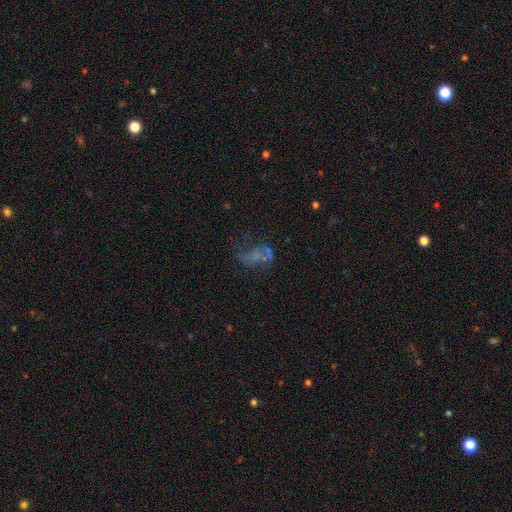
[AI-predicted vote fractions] The model was most divided on "merging" (2-way tie): major disturbance: 37%, none: 37%, minor disturbance: 17%, merger: 9%. Remaining: smooth or featured — featured or disk (50%).